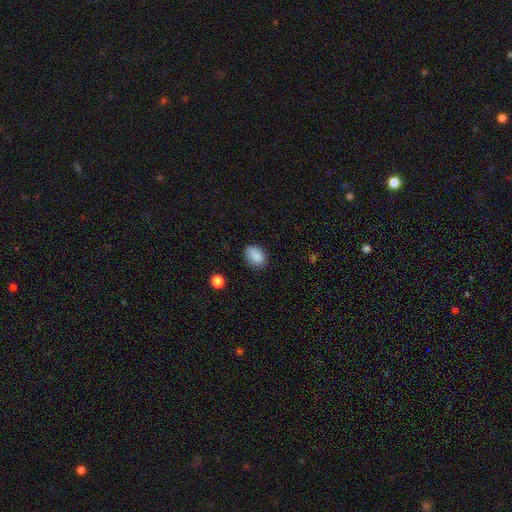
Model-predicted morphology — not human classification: smooth 88%, star or artifact 9%, featured or disk 4%. Down the decision tree: how rounded — in between (73%); merging — none (80%).